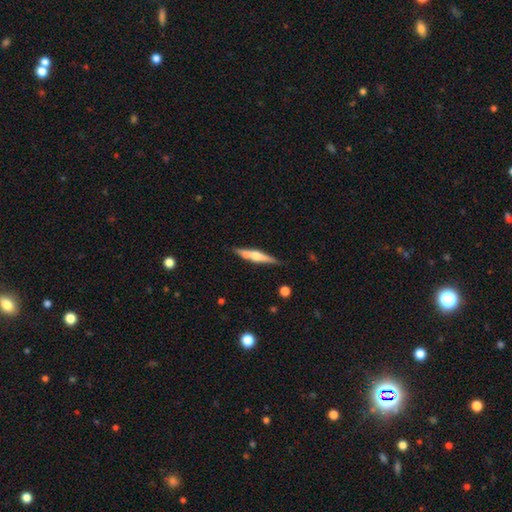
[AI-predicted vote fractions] A featured or disk galaxy (61%) viewed edge-on (96%) with a rounded central bulge (85%). Merging: none (79%).